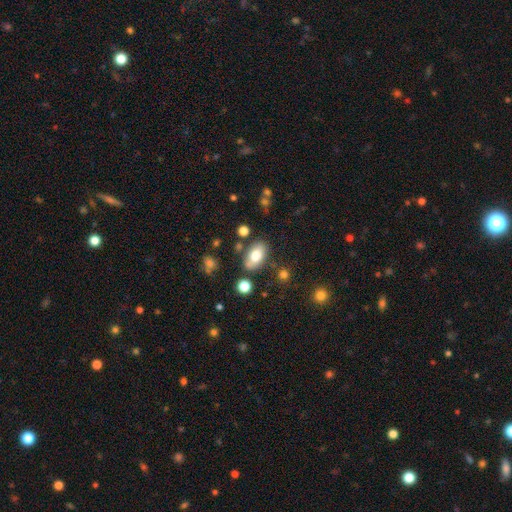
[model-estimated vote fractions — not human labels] smooth 74%, featured or disk 18%, star or artifact 8%. Down the decision tree: how rounded — in between (91%); merging — none (76%).